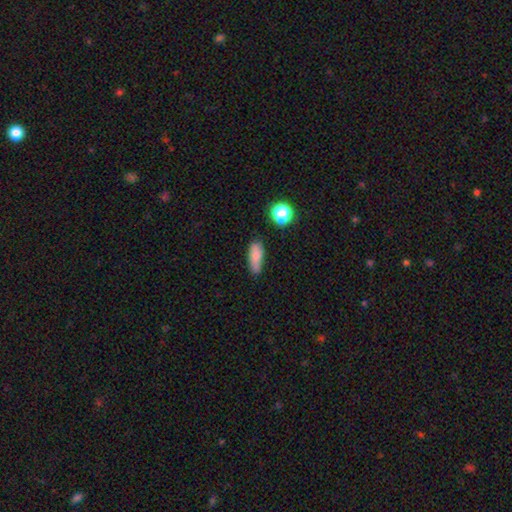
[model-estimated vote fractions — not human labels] The model was most divided on "how rounded": in between: 64%, cigar-shaped: 31%, round: 5%. More confident: smooth or featured — smooth (80%); merging — none (66%).